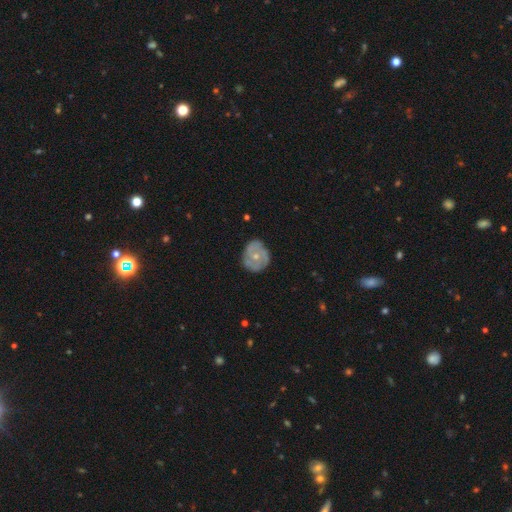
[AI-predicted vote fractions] smooth-or-featured: featured or disk: 65% | smooth: 28% | star or artifact: 6%
  disk-edge-on: no: 97% | yes: 3%
    bar: no: 79% | weak: 18% | strong: 3%
    has-spiral-arms: yes: 79% | no: 21%
      spiral-winding: tight: 52% | medium: 36% | loose: 12%
      spiral-arm-count: 3: 31% | can't tell: 28% | 2: 26% | 4: 7% | 1: 4% | more than 4: 4%
    bulge-size: small: 52% | moderate: 45% | none: 1% | large: 1% | dominant: 1%
  merging: none: 76% | minor disturbance: 18% | major disturbance: 5% | merger: 1%